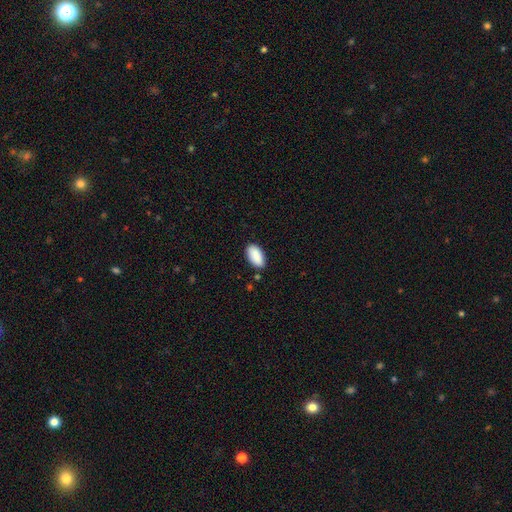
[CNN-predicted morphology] The model was most divided on "merging": none: 84%, minor disturbance: 12%, major disturbance: 2%, merger: 2%. More confident: how rounded — in between (94%); smooth or featured — smooth (90%).